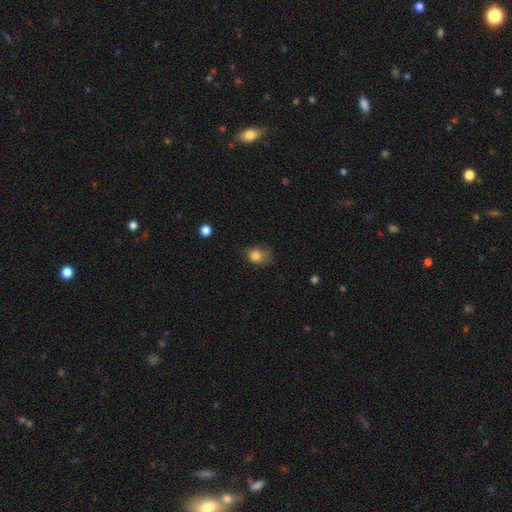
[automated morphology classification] smooth 80%, star or artifact 10%, featured or disk 9%. Down the decision tree: how rounded — in between (50%); merging — none (42%).